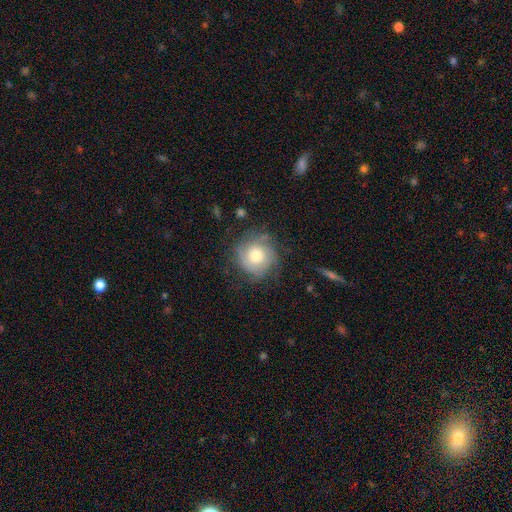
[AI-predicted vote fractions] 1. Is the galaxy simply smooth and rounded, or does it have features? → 46% featured or disk, 45% smooth, 8% star or artifact.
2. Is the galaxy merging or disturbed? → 71% none, 19% minor disturbance, 8% major disturbance, 1% merger.